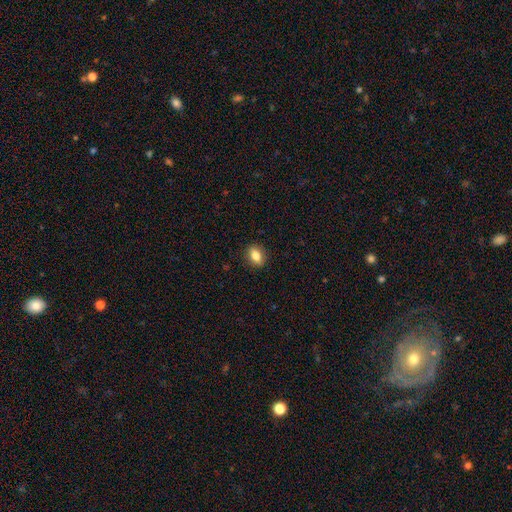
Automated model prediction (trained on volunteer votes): Smooth or featured? smooth (80%)
How rounded? in between (72%)
Merging? none (88%)